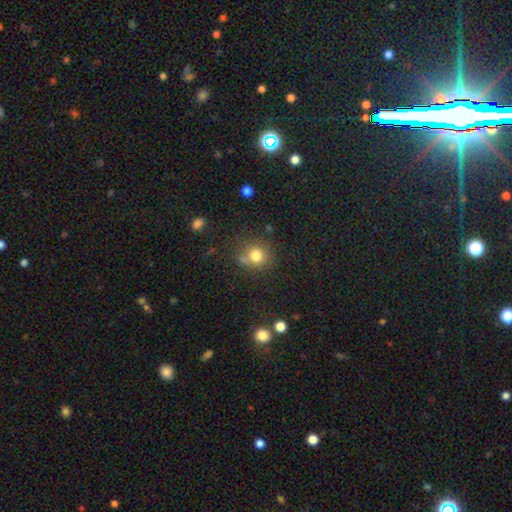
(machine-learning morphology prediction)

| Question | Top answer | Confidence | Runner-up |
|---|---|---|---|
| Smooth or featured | smooth | 79% | star or artifact (14%) |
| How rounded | round | 85% | in between (14%) |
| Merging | none | 72% | minor disturbance (14%) |